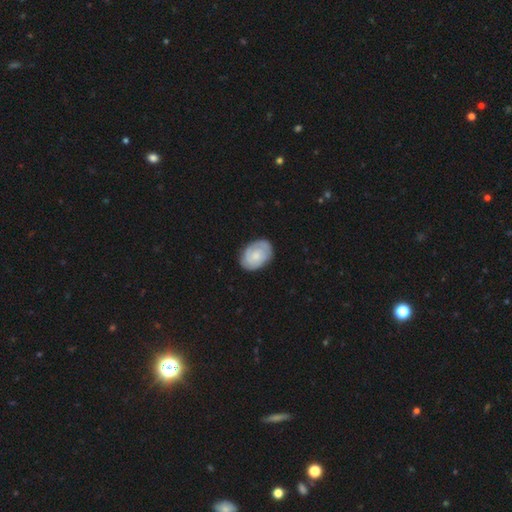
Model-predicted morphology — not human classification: smooth-or-featured: featured or disk: 57% | smooth: 38% | star or artifact: 5%
  disk-edge-on: no: 97% | yes: 3%
    bar: no: 76% | weak: 21% | strong: 3%
    has-spiral-arms: yes: 83% | no: 17%
    bulge-size: small: 44% | moderate: 36% | none: 12% | large: 7% | dominant: 2%
  merging: none: 81% | minor disturbance: 15% | major disturbance: 4% | merger: 1%